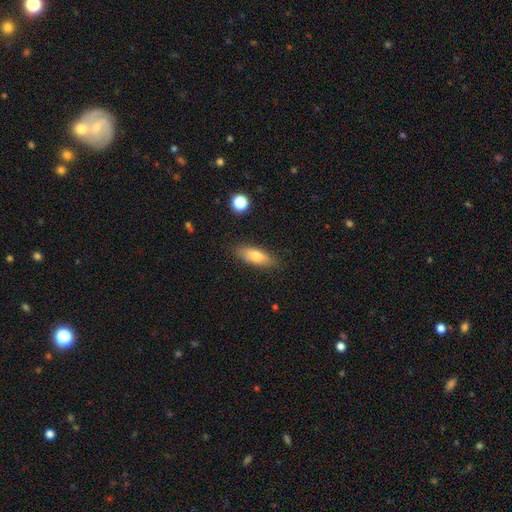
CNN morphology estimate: Smooth or featured: smooth — 74% (featured or disk — 19%)
How rounded: in between — 65% (cigar-shaped — 32%)
Merging: none — 85% (minor disturbance — 11%)